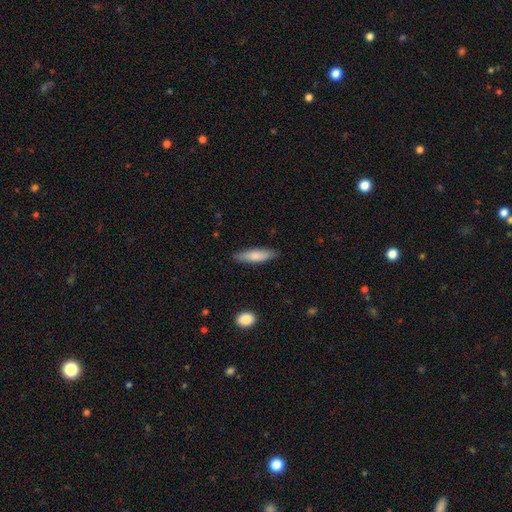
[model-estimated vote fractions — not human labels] Smooth or featured?
  - smooth: 79% *
  - featured or disk: 15%
  - star or artifact: 6%
How rounded?
  - cigar-shaped: 69% *
  - in between: 30%
  - round: 2%
Merging?
  - none: 87% *
  - minor disturbance: 10%
  - major disturbance: 2%
  - merger: 1%